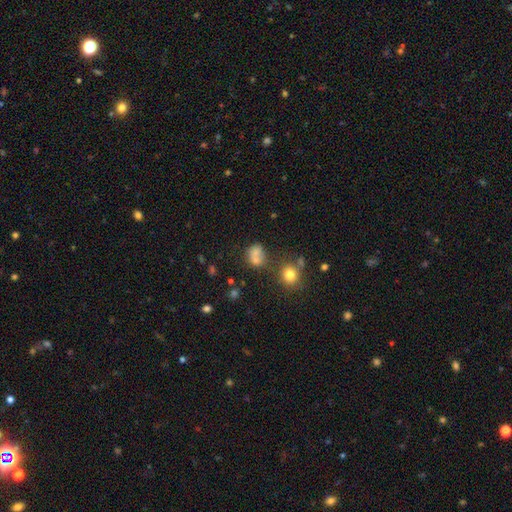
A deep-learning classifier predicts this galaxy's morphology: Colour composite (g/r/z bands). It shows a smooth galaxy with no disk features (71%) that is round (58%). Merging: none (39%).